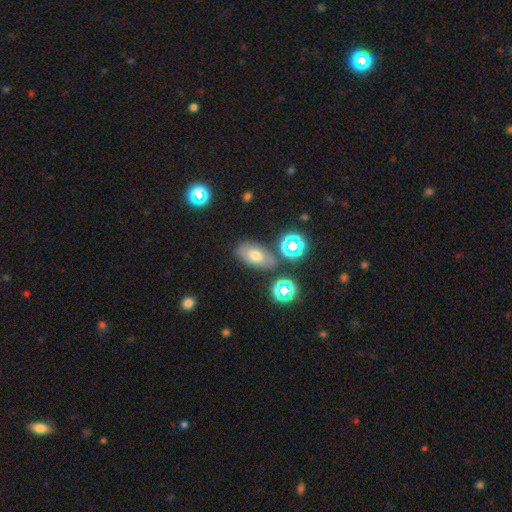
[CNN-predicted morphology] This appears to be a smooth galaxy with no disk features (60%) that is in between round and cigar-shaped (87%). Merging: none (74%).